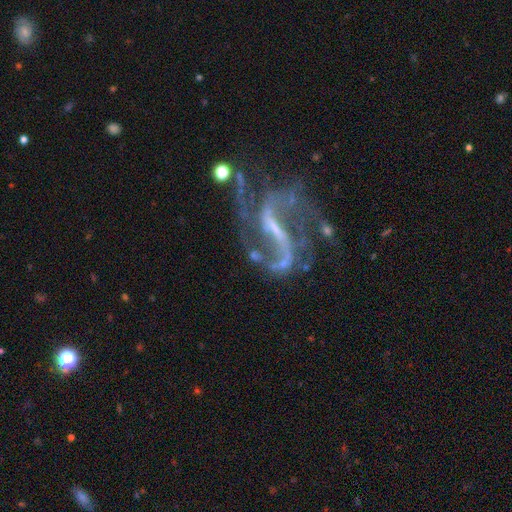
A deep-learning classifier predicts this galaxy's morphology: Smooth or featured: featured or disk — 87% (star or artifact — 9%)
Edge-on disk: no — 97% (yes — 3%)
Bar: strong — 55% (weak — 33%)
Spiral arms: yes — 93% (no — 7%)
Spiral winding: loose — 65% (medium — 28%)
Spiral arm count: 2 — 79% (can't tell — 6%)
Bulge size: small — 50% (none — 33%)
Merging: none — 42% (major disturbance — 30%)